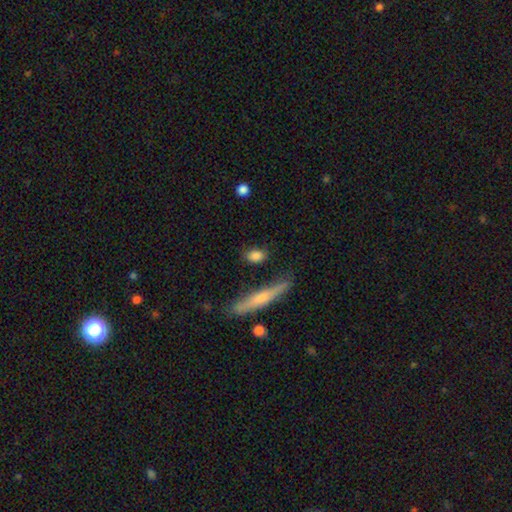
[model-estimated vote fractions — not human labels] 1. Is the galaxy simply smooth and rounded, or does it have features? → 81% smooth, 11% featured or disk, 8% star or artifact.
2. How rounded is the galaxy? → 62% in between, 24% round, 14% cigar-shaped.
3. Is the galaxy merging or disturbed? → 77% none, 15% minor disturbance, 4% major disturbance, 4% merger.